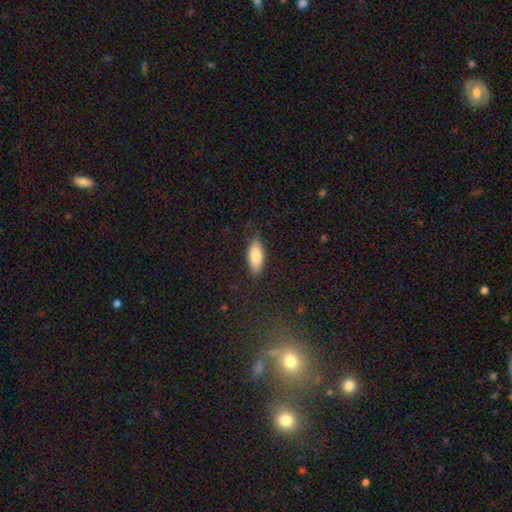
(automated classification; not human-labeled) Morphology: type=smooth (83%); roundness=in between (84%); merging=none (84%).